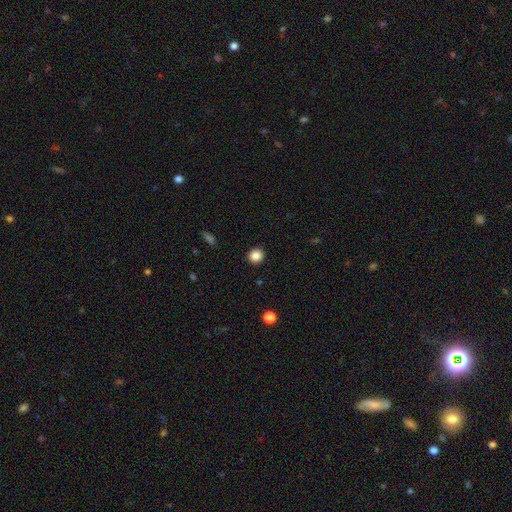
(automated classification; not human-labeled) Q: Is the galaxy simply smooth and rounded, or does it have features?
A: smooth — 85%.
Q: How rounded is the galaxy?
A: round — 93%.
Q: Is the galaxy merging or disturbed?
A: none — 93%.